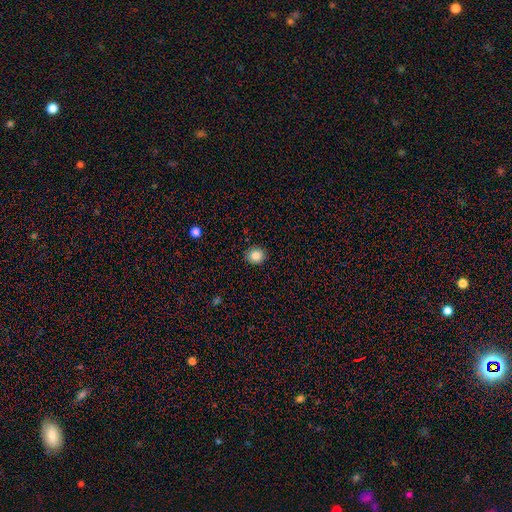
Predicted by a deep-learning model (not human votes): The model was most divided on "how rounded": round: 84%, in between: 15%, cigar-shaped: 1%. More confident: merging — none (90%); smooth or featured — smooth (87%).